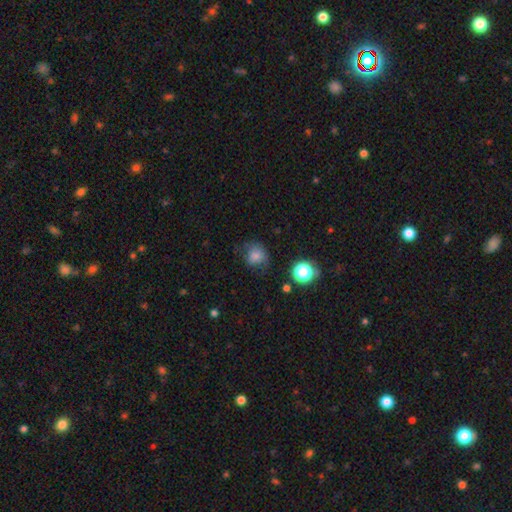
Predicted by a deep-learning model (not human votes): Smooth or featured? smooth (75%)
How rounded? round (73%)
Merging? none (54%)